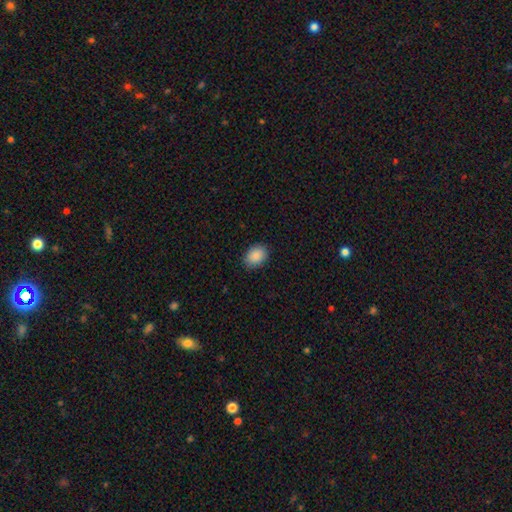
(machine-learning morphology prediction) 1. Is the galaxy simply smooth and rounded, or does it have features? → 89% smooth, 7% star or artifact, 4% featured or disk.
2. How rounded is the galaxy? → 71% in between, 28% round, 1% cigar-shaped.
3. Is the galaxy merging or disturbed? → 87% none, 10% minor disturbance, 2% major disturbance, 1% merger.